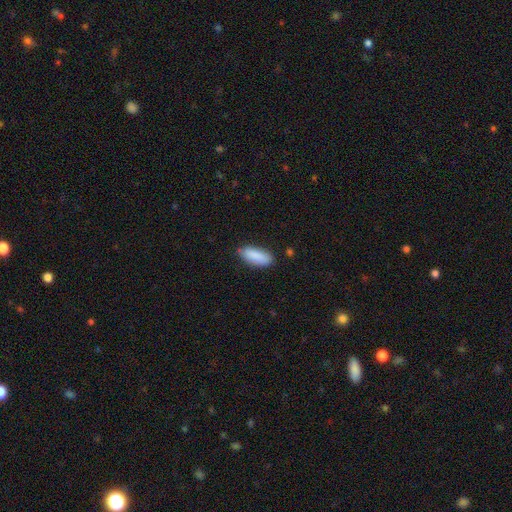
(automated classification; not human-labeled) The model was most divided on "how rounded": in between: 76%, cigar-shaped: 22%, round: 2%. More confident: smooth or featured — smooth (88%); merging — none (80%).